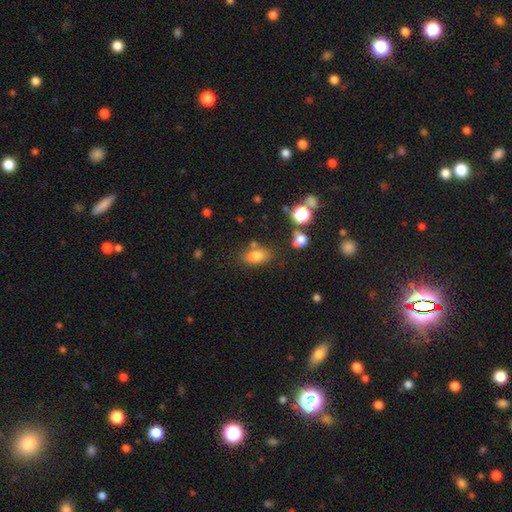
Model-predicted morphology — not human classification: smooth-or-featured: smooth: 79% | star or artifact: 12% | featured or disk: 9%
  how-rounded: in between: 85% | round: 11% | cigar-shaped: 4%
  merging: none: 64% | minor disturbance: 17% | merger: 13% | major disturbance: 6%